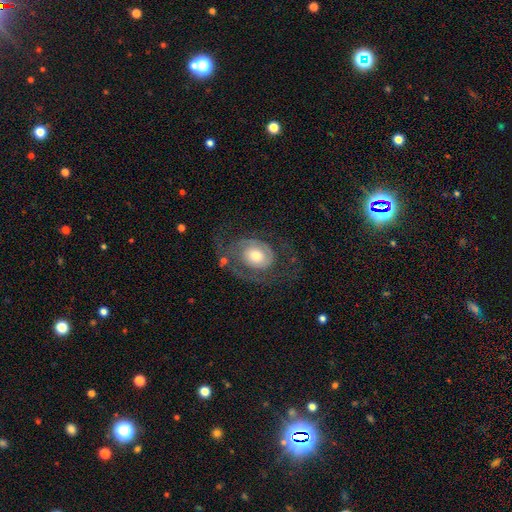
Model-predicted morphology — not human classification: Smooth or featured? Predicted: featured or disk (p=0.75). Edge-on disk? Predicted: no (p=0.97). Bar? Predicted: no (p=0.75). Spiral arms? Predicted: yes (p=0.86). Spiral winding? Predicted: tight (p=0.45). Spiral arm count? Predicted: 2 (p=0.52). Bulge size? Predicted: moderate (p=0.65). Merging? Predicted: none (p=0.55).